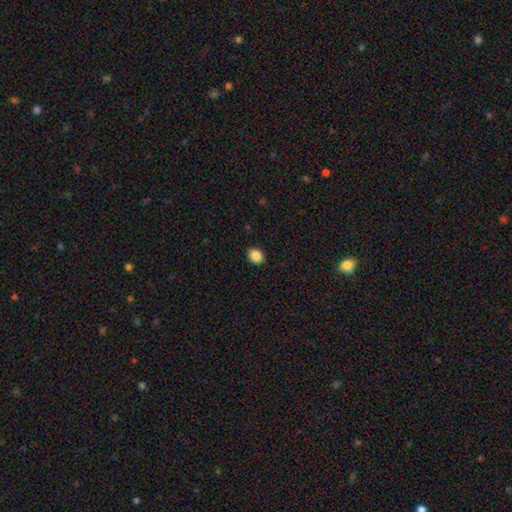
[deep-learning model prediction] A smooth galaxy with no disk features (87%) that is round (56%).

Vote fractions:
- Smooth or featured? smooth: 87% / star or artifact: 9% / featured or disk: 4%
- How rounded? round: 56% / in between: 43% / cigar-shaped: 1%
- Merging? none: 91% / minor disturbance: 6% / major disturbance: 2% / merger: 1%